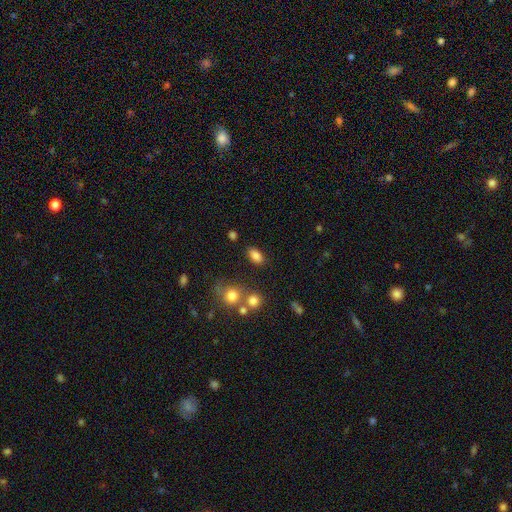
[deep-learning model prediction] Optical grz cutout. It shows a smooth galaxy with no disk features (84%) that is in between round and cigar-shaped (89%). Merging: none (79%).